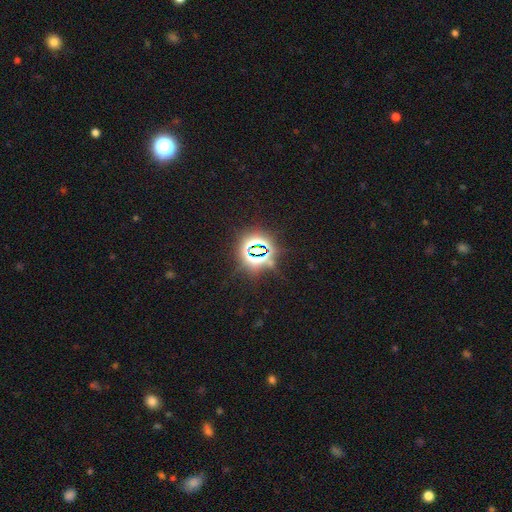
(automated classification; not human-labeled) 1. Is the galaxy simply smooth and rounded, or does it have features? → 80% star or artifact, 13% smooth, 7% featured or disk.